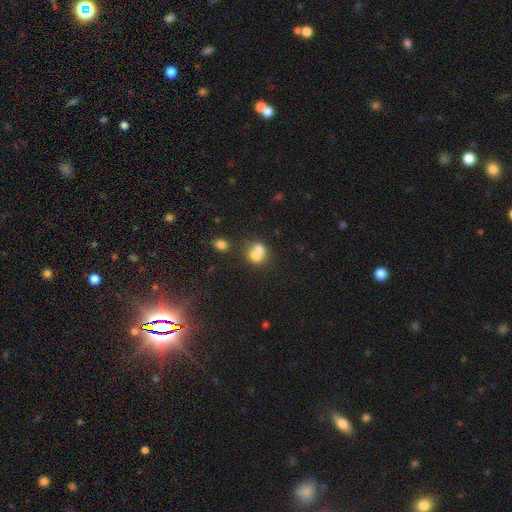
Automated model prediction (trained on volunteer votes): Overall: smooth (68%). How rounded: round (66%; in between 33%). Merging: merger (64%; none 25%).